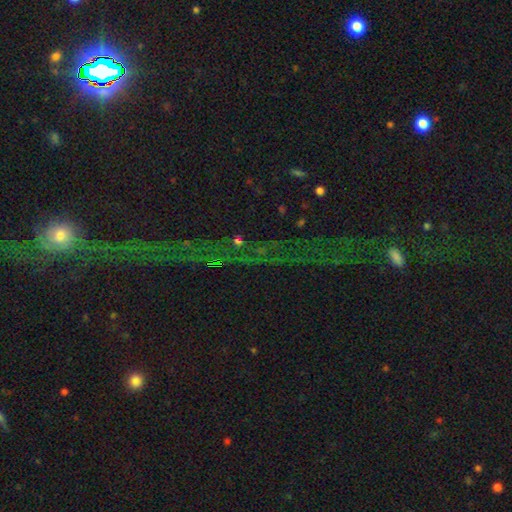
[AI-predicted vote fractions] smooth-or-featured: star or artifact: 79% | featured or disk: 11% | smooth: 10%